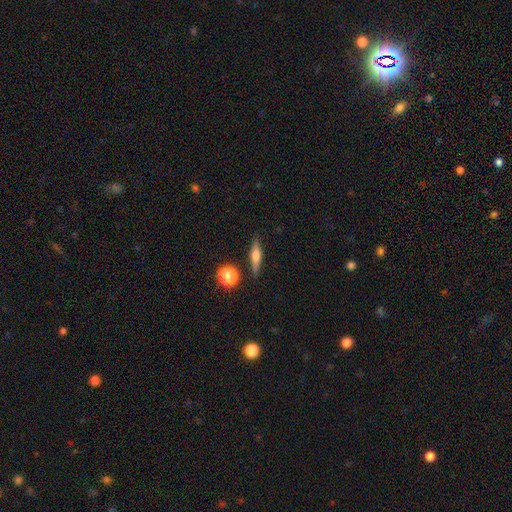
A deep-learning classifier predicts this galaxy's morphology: smooth_or_featured: featured or disk (p=0.48) [alt: smooth p=0.44]
merging: none (p=0.86) [alt: minor disturbance p=0.09]